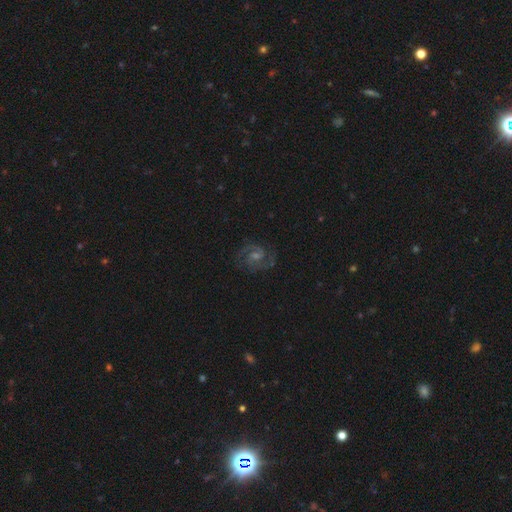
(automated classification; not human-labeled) A featured or disk galaxy (84%) with a weak bar (46%), 2 (86%) medium (53%) spiral arms (98%) and a small central bulge (47%).

Vote fractions:
- Smooth or featured? featured or disk: 84% / star or artifact: 10% / smooth: 6%
- Edge-on disk? no: 98% / yes: 2%
- Bar? weak: 46% / no: 44% / strong: 10%
- Spiral arms? yes: 98% / no: 2%
- Spiral winding? medium: 53% / tight: 38% / loose: 9%
- Spiral arm count? 2: 86% / 3: 5% / can't tell: 4% / 4: 2% / 1: 2% / more than 4: 2%
- Bulge size? small: 47% / moderate: 43% / none: 5% / large: 4% / dominant: 1%
- Merging? none: 83% / minor disturbance: 11% / major disturbance: 4% / merger: 1%